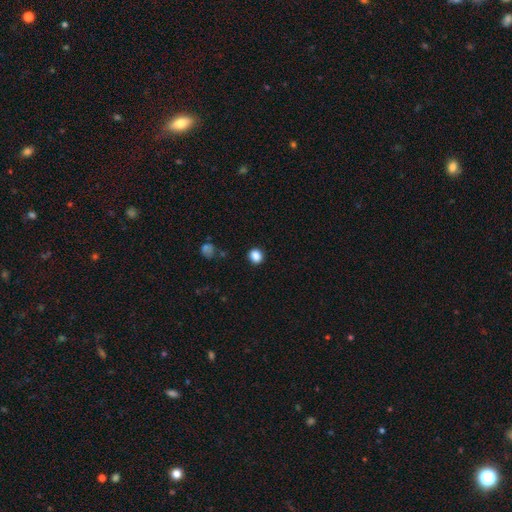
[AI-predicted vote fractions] Smooth or featured? Predicted: smooth (p=0.86). How rounded? Predicted: round (p=0.77). Merging? Predicted: none (p=0.89).